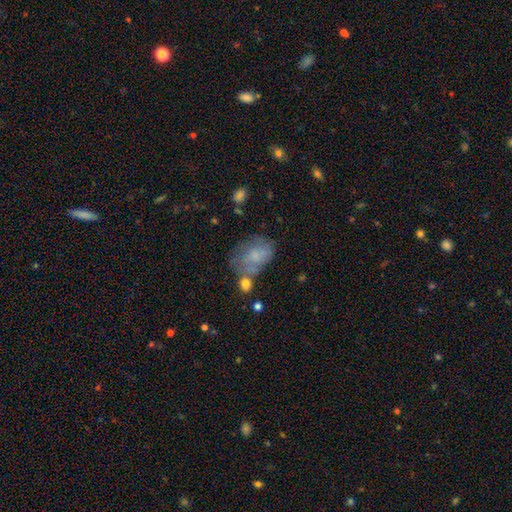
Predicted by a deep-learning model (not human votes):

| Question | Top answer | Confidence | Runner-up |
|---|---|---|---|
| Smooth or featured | smooth | 60% | featured or disk (30%) |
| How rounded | in between | 75% | round (24%) |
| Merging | none | 35% | minor disturbance (27%) |